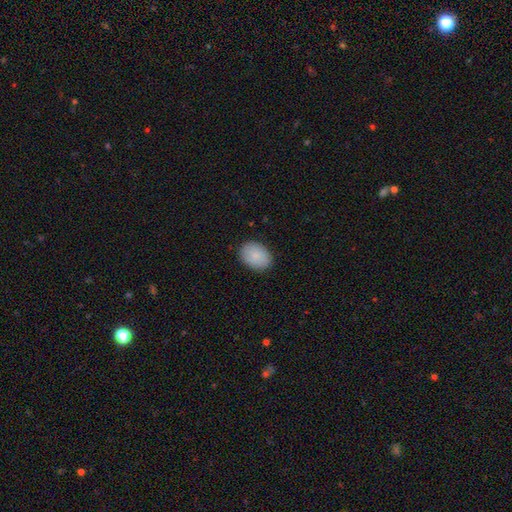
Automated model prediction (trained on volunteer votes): Smooth or featured?
  - smooth: 86% *
  - featured or disk: 7%
  - star or artifact: 6%
How rounded?
  - in between: 73% *
  - round: 26%
  - cigar-shaped: 1%
Merging?
  - none: 87% *
  - minor disturbance: 10%
  - major disturbance: 2%
  - merger: 1%